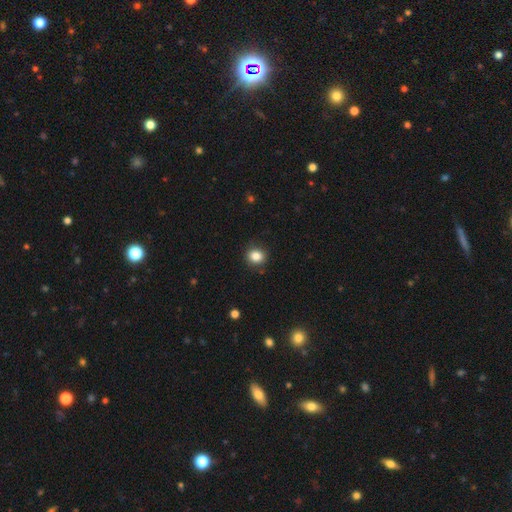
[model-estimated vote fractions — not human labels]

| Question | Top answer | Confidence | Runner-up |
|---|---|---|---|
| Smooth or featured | smooth | 85% | star or artifact (10%) |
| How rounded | round | 77% | in between (22%) |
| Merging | none | 88% | minor disturbance (8%) |